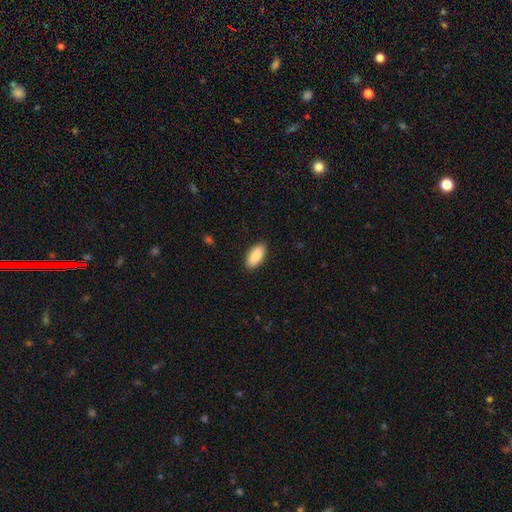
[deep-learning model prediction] A smooth galaxy with no disk features (88%) that is in between round and cigar-shaped (88%).

Vote fractions:
- Smooth or featured? smooth: 88% / featured or disk: 6% / star or artifact: 6%
- How rounded? in between: 88% / cigar-shaped: 10% / round: 2%
- Merging? none: 90% / minor disturbance: 8% / major disturbance: 2% / merger: 1%